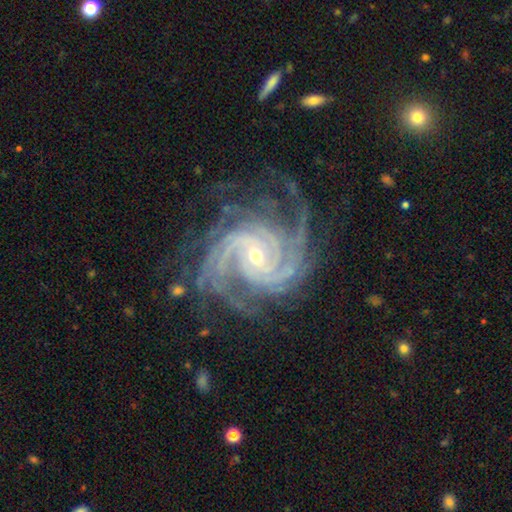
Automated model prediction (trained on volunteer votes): Overall: featured or disk (93%). Edge-on disk: no (98%). Bar: no (48%; weak 34%). Spiral arms: yes (99%). Spiral arm count: 4 (30%; 3 20%). Spiral winding: tight (69%). Bulge size: small (67%; moderate 30%). Merging: none (73%).